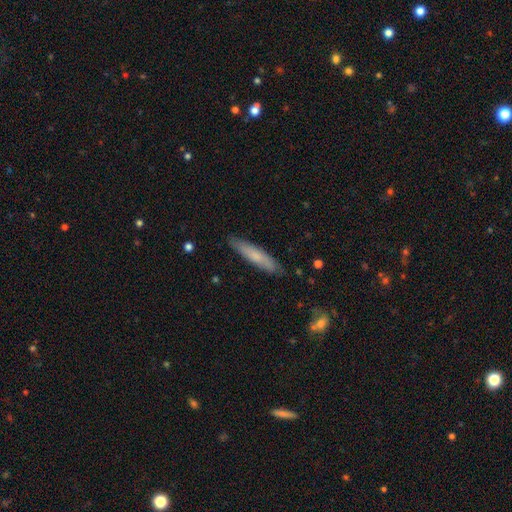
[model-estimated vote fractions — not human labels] The model was most divided on "smooth or featured": smooth: 68%, featured or disk: 26%, star or artifact: 6%. More confident: how rounded — cigar-shaped (89%); merging — none (86%).